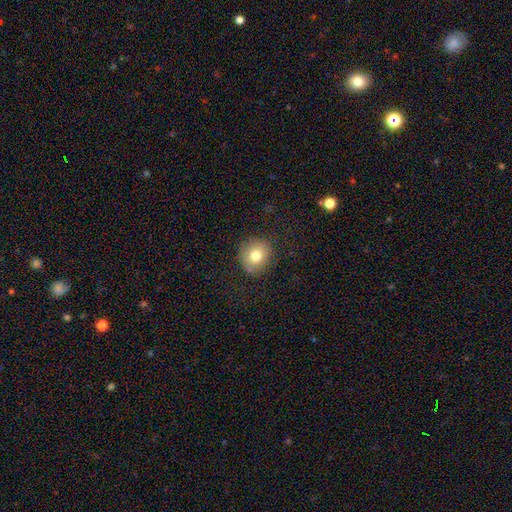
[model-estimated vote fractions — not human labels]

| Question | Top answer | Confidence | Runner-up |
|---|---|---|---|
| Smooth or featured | smooth | 75% | featured or disk (14%) |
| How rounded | round | 85% | in between (14%) |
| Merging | none | 81% | minor disturbance (13%) |